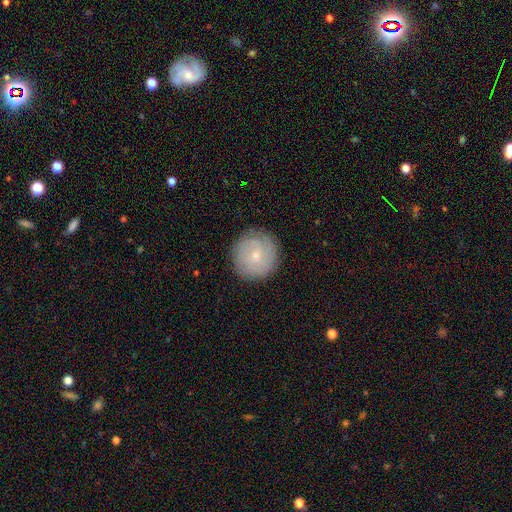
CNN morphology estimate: Smooth or featured: featured or disk — 56% (smooth — 36%)
Edge-on disk: no — 97% (yes — 3%)
Bar: no — 68% (weak — 27%)
Spiral arms: yes — 83% (no — 17%)
Bulge size: small — 73% (moderate — 24%)
Merging: none — 86% (minor disturbance — 10%)